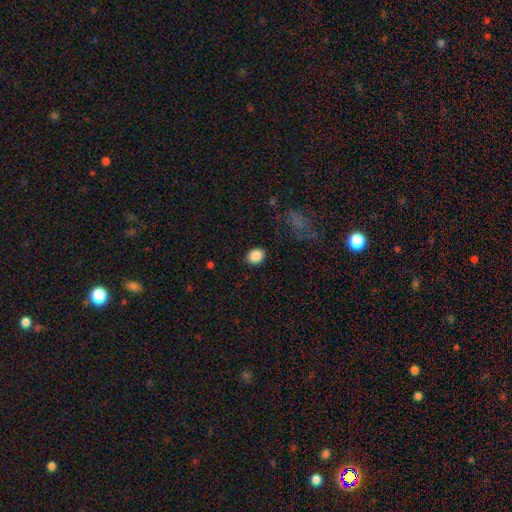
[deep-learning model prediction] Smooth or featured? Predicted: smooth (p=0.88). How rounded? Predicted: in between (p=0.57). Merging? Predicted: none (p=0.88).